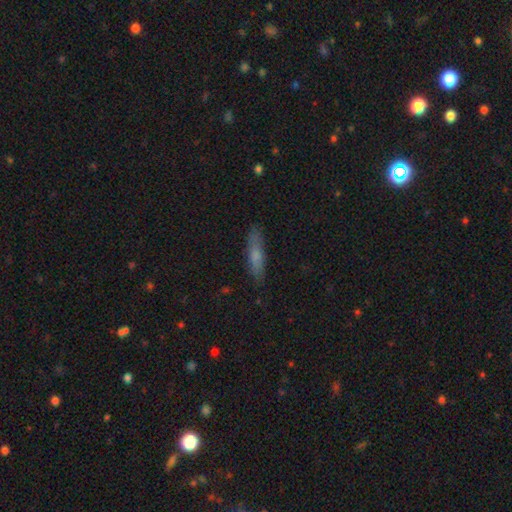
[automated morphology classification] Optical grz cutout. It shows a smooth galaxy with no disk features (67%) that is cigar-shaped (76%). Merging: none (84%).